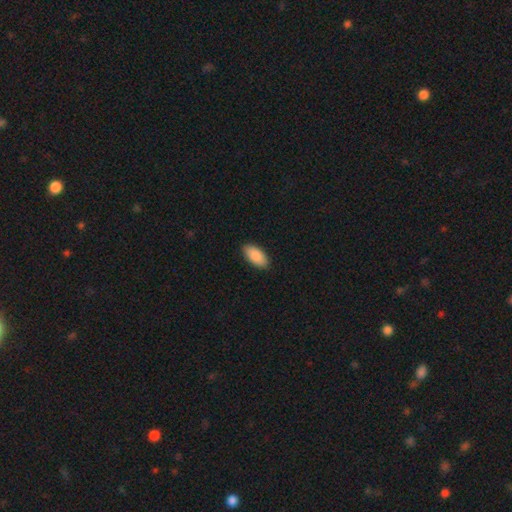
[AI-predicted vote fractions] smooth_or_featured: smooth (p=0.89) [alt: star or artifact p=0.06]
how_rounded: in between (p=0.93) [alt: cigar-shaped p=0.05]
merging: none (p=0.89) [alt: minor disturbance p=0.08]